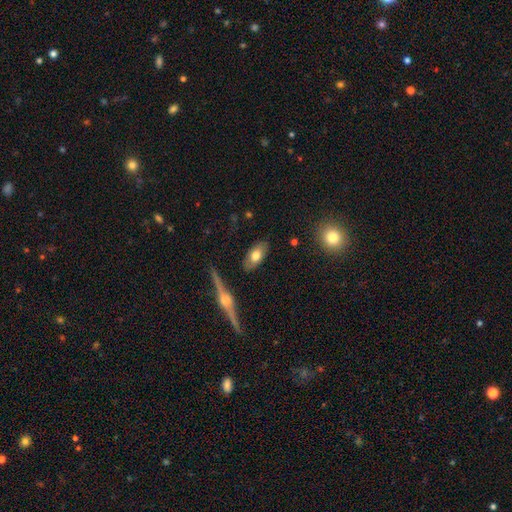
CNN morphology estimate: A smooth galaxy with no disk features (68%) that is in between round and cigar-shaped (90%).

Vote fractions:
- Smooth or featured? smooth: 68% / featured or disk: 26% / star or artifact: 7%
- How rounded? in between: 90% / cigar-shaped: 7% / round: 4%
- Merging? none: 84% / minor disturbance: 11% / major disturbance: 2% / merger: 2%